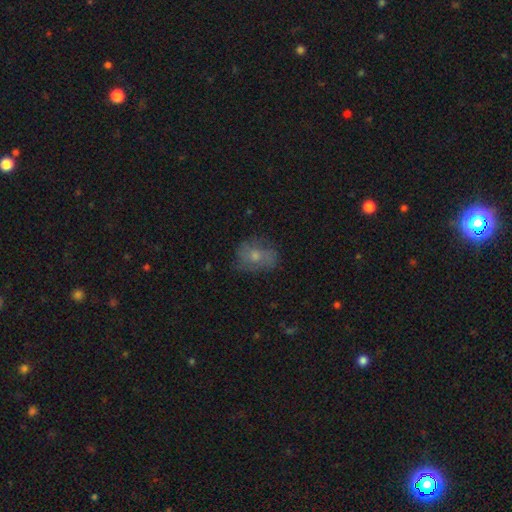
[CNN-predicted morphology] The model was most divided on "smooth or featured": smooth: 49%, featured or disk: 41%, star or artifact: 10%. More confident: merging — none (66%).